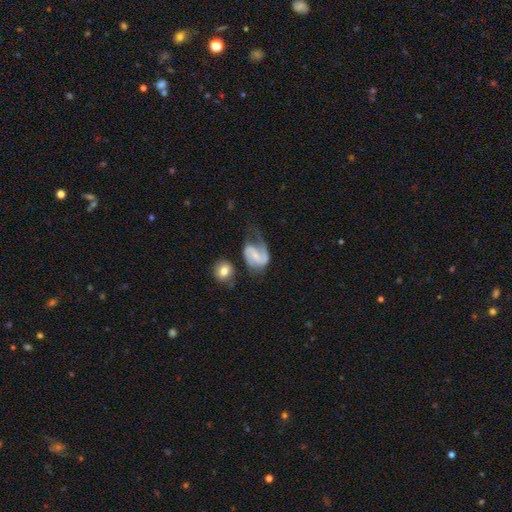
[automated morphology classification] featured or disk 75%, smooth 19%, star or artifact 6%. Down the decision tree: edge-on disk — no (98%); bar — weak (46%); spiral arms — yes (91%); spiral arm count — 2 (68%); spiral winding — medium (43%); bulge size — small (51%); merging — none (36%).